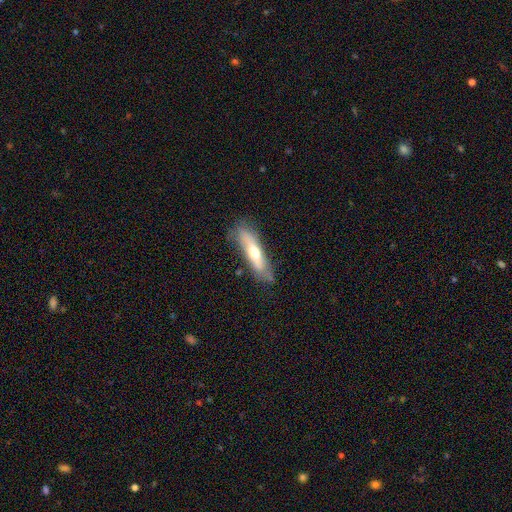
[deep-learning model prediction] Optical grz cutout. It shows a smooth galaxy with no disk features (54%) that is cigar-shaped (70%). Merging: none (71%).